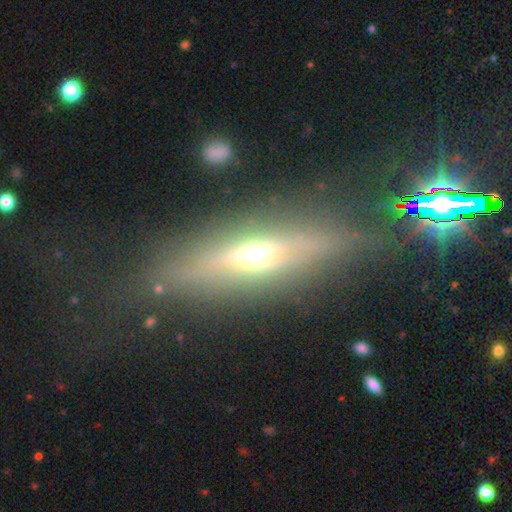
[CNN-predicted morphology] Smooth or featured? featured or disk (63%)
Edge-on disk? yes (86%)
Edge-on bulge? rounded (88%)
Merging? none (75%)